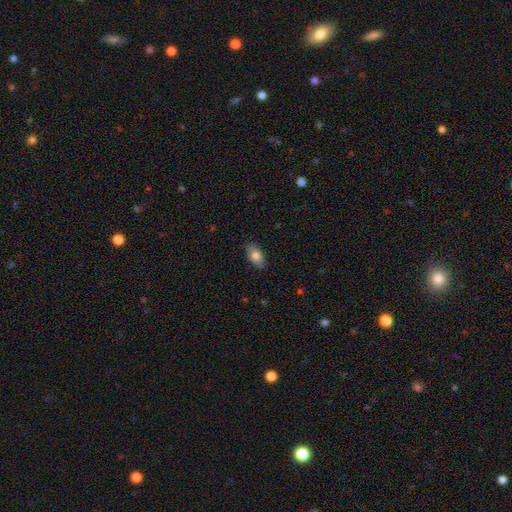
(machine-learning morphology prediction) Smooth or featured? Predicted: smooth (p=0.79). How rounded? Predicted: in between (p=0.91). Merging? Predicted: none (p=0.87).